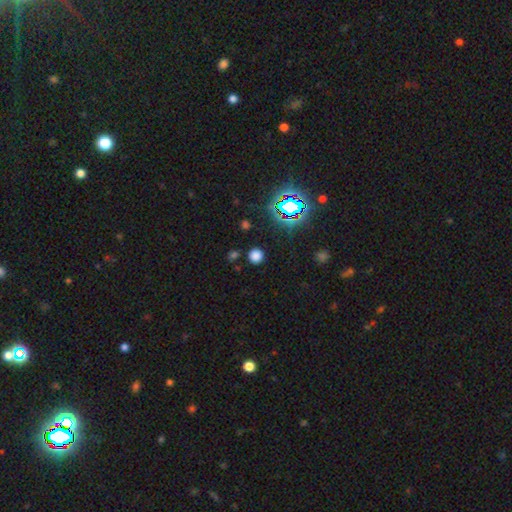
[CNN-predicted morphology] This appears to be a smooth galaxy with no disk features (71%) that is round (92%). Merging: none (87%).